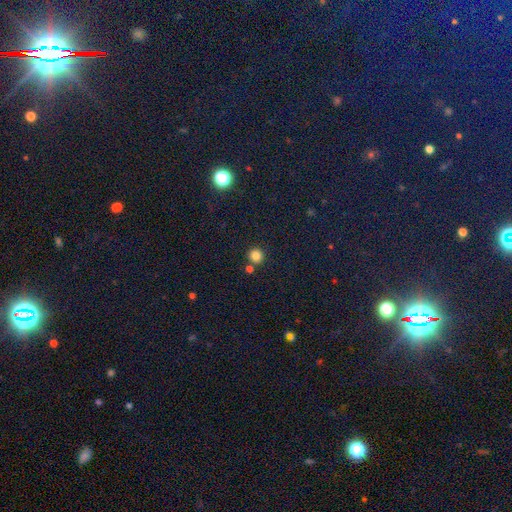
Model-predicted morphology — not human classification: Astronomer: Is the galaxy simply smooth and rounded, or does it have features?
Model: smooth — 82%.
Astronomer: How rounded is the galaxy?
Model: round — 93%.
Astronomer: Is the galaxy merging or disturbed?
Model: none — 79%.